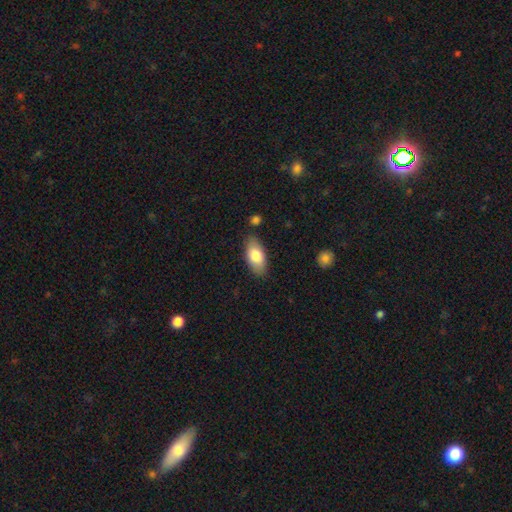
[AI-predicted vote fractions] A smooth galaxy with no disk features (79%) that is in between round and cigar-shaped (90%).

Vote fractions:
- Smooth or featured? smooth: 79% / featured or disk: 15% / star or artifact: 6%
- How rounded? in between: 90% / cigar-shaped: 7% / round: 3%
- Merging? none: 82% / minor disturbance: 12% / merger: 3% / major disturbance: 3%